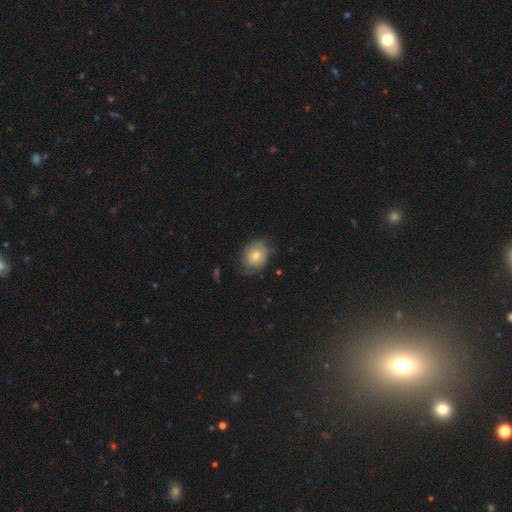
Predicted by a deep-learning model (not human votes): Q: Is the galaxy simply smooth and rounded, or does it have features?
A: smooth — 58%.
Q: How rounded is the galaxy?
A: round — 53%.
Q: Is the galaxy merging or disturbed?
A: none — 65%.